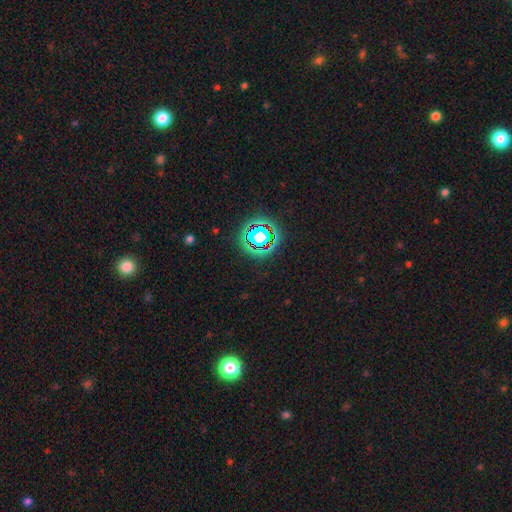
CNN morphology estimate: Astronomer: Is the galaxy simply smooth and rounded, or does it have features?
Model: star or artifact — 77%.